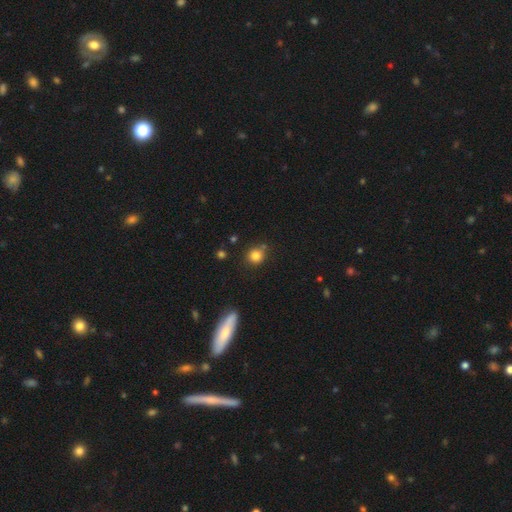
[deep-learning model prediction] Smooth or featured: smooth — 83% (star or artifact — 12%)
How rounded: round — 85% (in between — 14%)
Merging: none — 76% (minor disturbance — 13%)